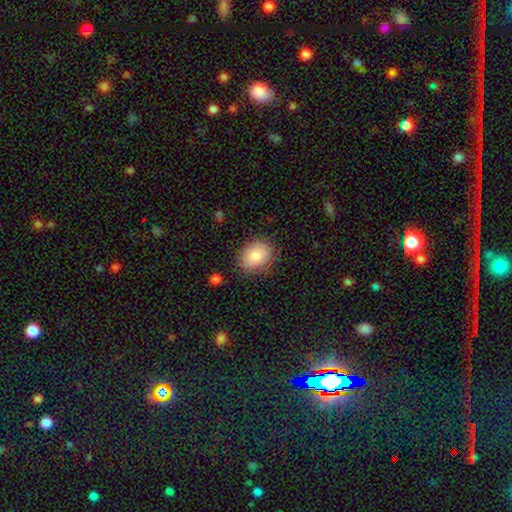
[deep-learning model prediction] smooth-or-featured: smooth: 84% | featured or disk: 9% | star or artifact: 7%
  how-rounded: in between: 64% | round: 35% | cigar-shaped: 1%
  merging: none: 80% | minor disturbance: 15% | major disturbance: 4% | merger: 1%